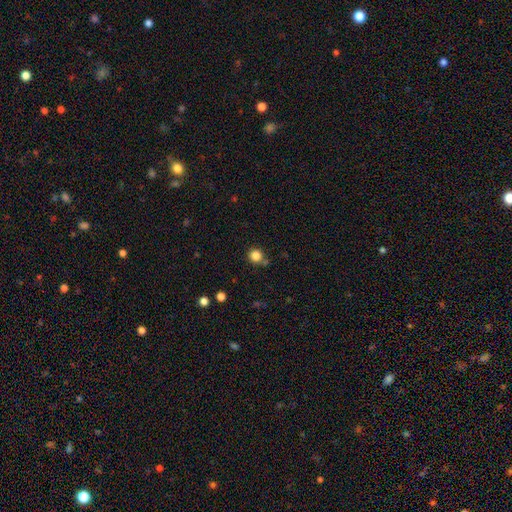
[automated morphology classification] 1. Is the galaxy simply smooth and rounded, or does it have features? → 84% smooth, 12% star or artifact, 4% featured or disk.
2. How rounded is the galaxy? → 90% round, 9% in between, 1% cigar-shaped.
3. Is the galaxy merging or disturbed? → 72% none, 13% minor disturbance, 10% merger, 4% major disturbance.